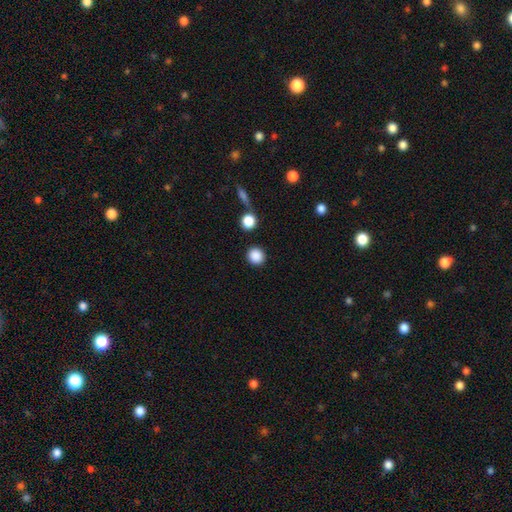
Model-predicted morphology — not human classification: Smooth or featured?
  - smooth: 87% *
  - star or artifact: 10%
  - featured or disk: 3%
How rounded?
  - round: 92% *
  - in between: 7%
  - cigar-shaped: 1%
Merging?
  - none: 88% *
  - minor disturbance: 6%
  - merger: 3%
  - major disturbance: 3%